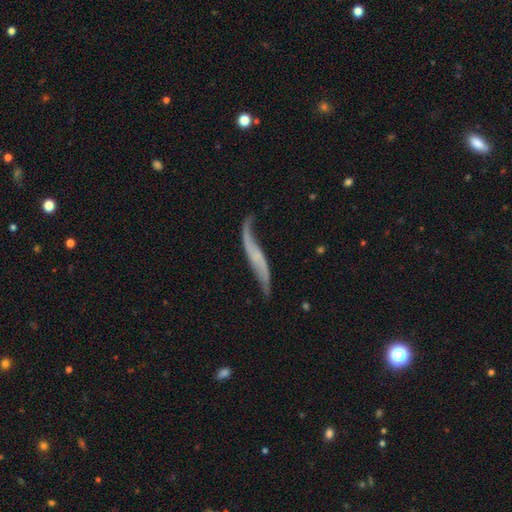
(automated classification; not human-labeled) A featured or disk galaxy (75%).

Vote fractions:
- Smooth or featured? featured or disk: 75% / smooth: 18% / star or artifact: 7%
- Edge-on disk? no: 63% / yes: 37%
- Merging? none: 53% / minor disturbance: 25% / major disturbance: 17% / merger: 5%